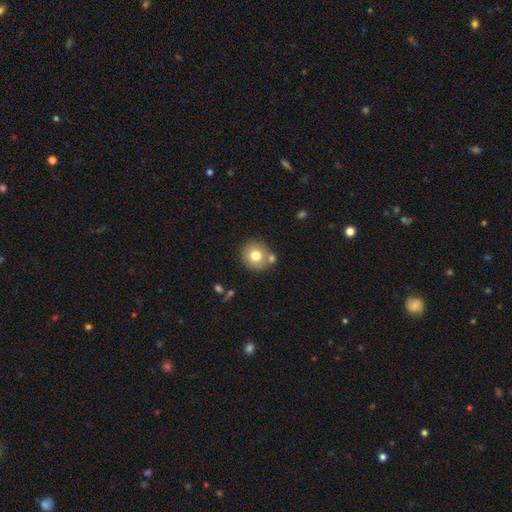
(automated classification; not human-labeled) Smooth or featured? smooth (75%)
How rounded? round (85%)
Merging? none (69%)